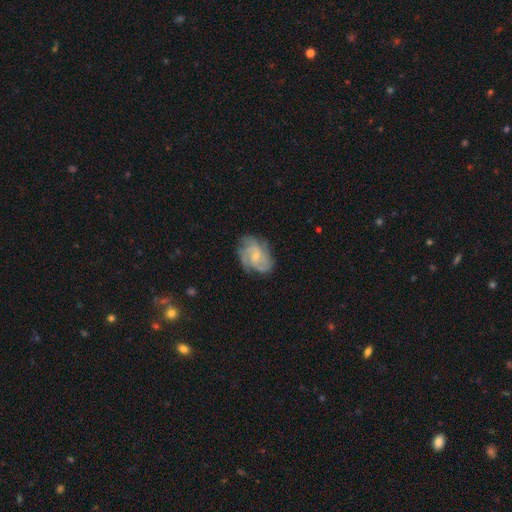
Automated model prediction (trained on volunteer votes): smooth_or_featured: featured or disk (p=0.76) [alt: smooth p=0.18]
disk_edge_on: no (p=0.98) [alt: yes p=0.02]
bar: no (p=0.56) [alt: weak p=0.38]
has_spiral_arms: yes (p=0.93) [alt: no p=0.07]
spiral_winding: medium (p=0.45) [alt: tight p=0.41]
spiral_arm_count: 3 (p=0.32) [alt: can't tell p=0.24]
bulge_size: small (p=0.61) [alt: moderate p=0.32]
merging: none (p=0.69) [alt: minor disturbance p=0.21]